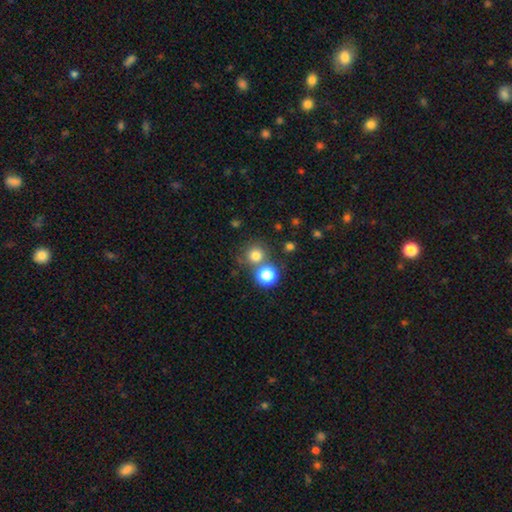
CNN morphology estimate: smooth-or-featured: smooth: 76% | star or artifact: 17% | featured or disk: 7%
  how-rounded: round: 93% | in between: 6% | cigar-shaped: 1%
  merging: none: 70% | merger: 19% | minor disturbance: 8% | major disturbance: 3%